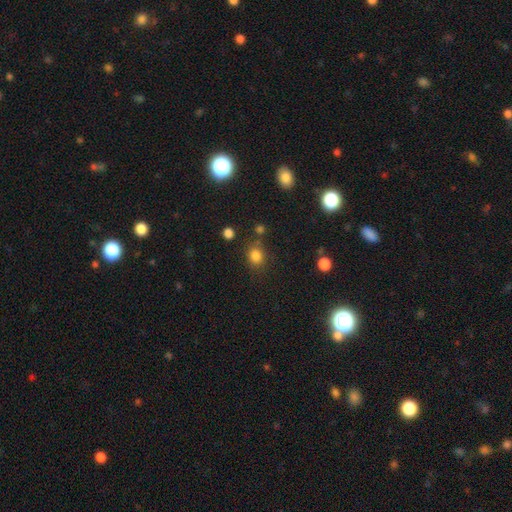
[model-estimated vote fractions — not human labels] smooth 82%, star or artifact 13%, featured or disk 5%. Down the decision tree: how rounded — round (73%); merging — none (76%).